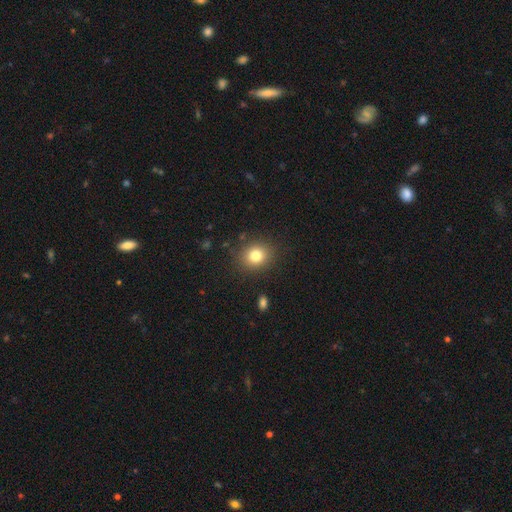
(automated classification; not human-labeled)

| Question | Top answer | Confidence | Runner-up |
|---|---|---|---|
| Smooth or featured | smooth | 80% | star or artifact (12%) |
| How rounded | round | 73% | in between (26%) |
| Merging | none | 87% | minor disturbance (8%) |